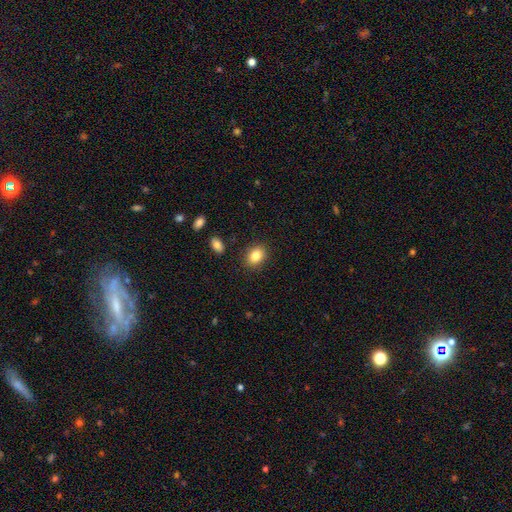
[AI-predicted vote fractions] Smooth or featured? Predicted: smooth (p=0.83). How rounded? Predicted: in between (p=0.62). Merging? Predicted: none (p=0.88).